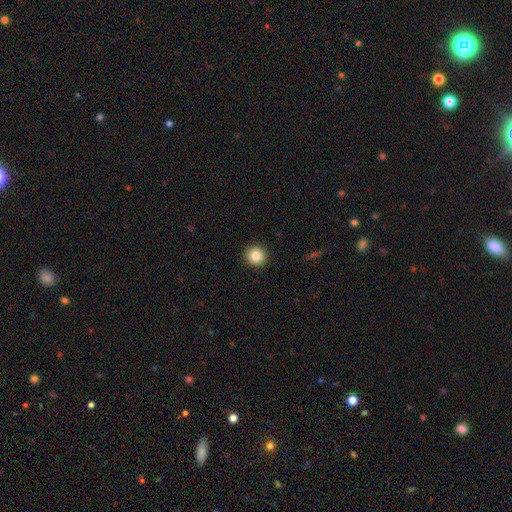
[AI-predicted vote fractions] smooth-or-featured: smooth: 85% | star or artifact: 10% | featured or disk: 5%
  how-rounded: round: 94% | in between: 5% | cigar-shaped: 1%
  merging: none: 93% | minor disturbance: 5% | major disturbance: 2% | merger: 1%